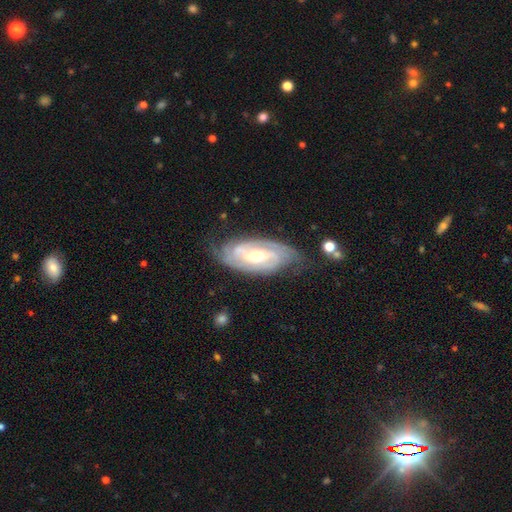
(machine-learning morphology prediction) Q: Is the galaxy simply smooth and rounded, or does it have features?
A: featured or disk — 87%.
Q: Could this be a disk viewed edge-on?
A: no — 94%.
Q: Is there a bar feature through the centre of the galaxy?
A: weak — 41%.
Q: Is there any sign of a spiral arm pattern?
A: yes — 97%.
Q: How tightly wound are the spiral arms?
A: tight — 65%.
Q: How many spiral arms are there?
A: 2 — 54%.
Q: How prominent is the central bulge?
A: moderate — 61%.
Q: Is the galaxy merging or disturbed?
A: none — 71%.